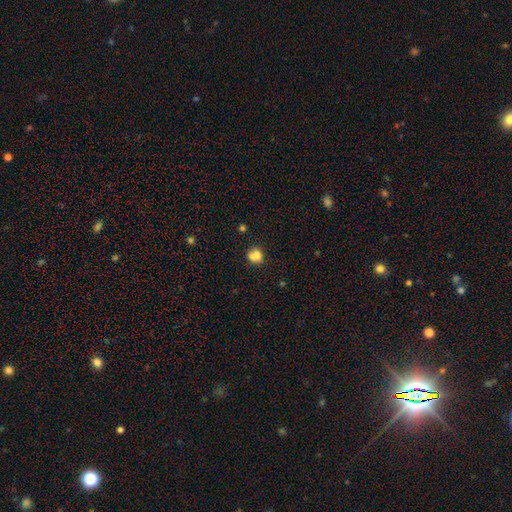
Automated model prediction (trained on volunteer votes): Smooth or featured: smooth — 70% (featured or disk — 18%)
How rounded: round — 75% (in between — 24%)
Merging: merger — 49% (none — 37%)